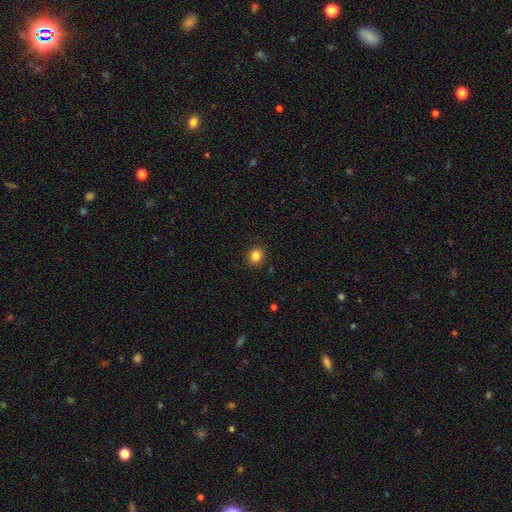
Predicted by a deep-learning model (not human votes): Smooth or featured? Predicted: smooth (p=0.86). How rounded? Predicted: round (p=0.63). Merging? Predicted: none (p=0.89).